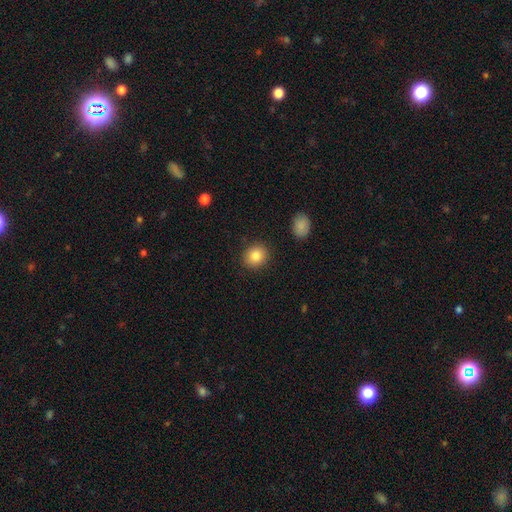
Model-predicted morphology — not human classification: smooth 85%, star or artifact 9%, featured or disk 7%. Down the decision tree: how rounded — round (73%); merging — none (89%).